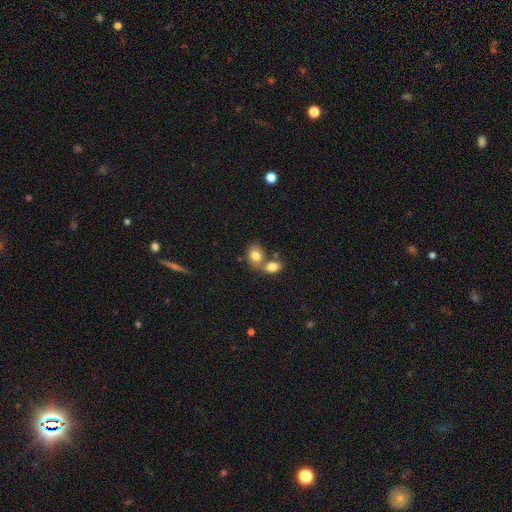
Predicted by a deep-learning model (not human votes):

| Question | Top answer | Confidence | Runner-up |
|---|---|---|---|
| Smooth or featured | smooth | 81% | featured or disk (10%) |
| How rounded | in between | 53% | round (46%) |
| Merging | merger | 49% | none (39%) |